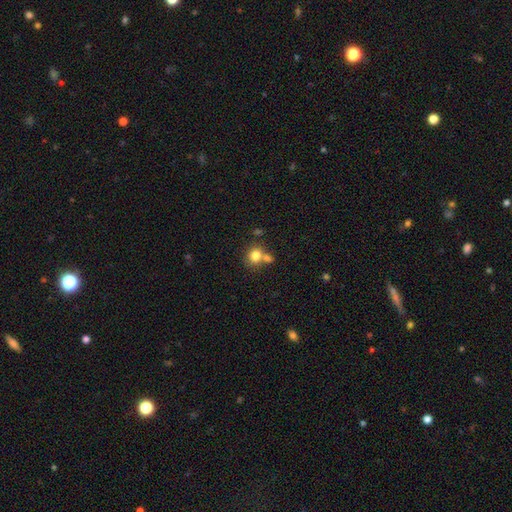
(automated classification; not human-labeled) Smooth or featured?
  - smooth: 80% *
  - star or artifact: 11%
  - featured or disk: 10%
How rounded?
  - round: 74% *
  - in between: 25%
  - cigar-shaped: 1%
Merging?
  - none: 49% *
  - merger: 37%
  - minor disturbance: 10%
  - major disturbance: 4%